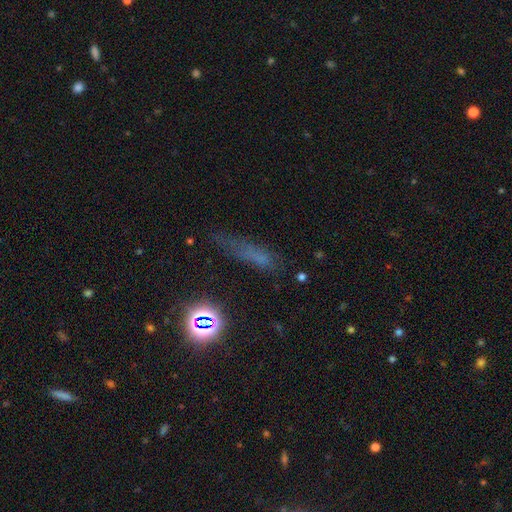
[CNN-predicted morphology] A smooth galaxy with no disk features (47%).

Vote fractions:
- Smooth or featured? smooth: 47% / star or artifact: 32% / featured or disk: 21%
- Merging? none: 53% / minor disturbance: 25% / major disturbance: 17% / merger: 4%